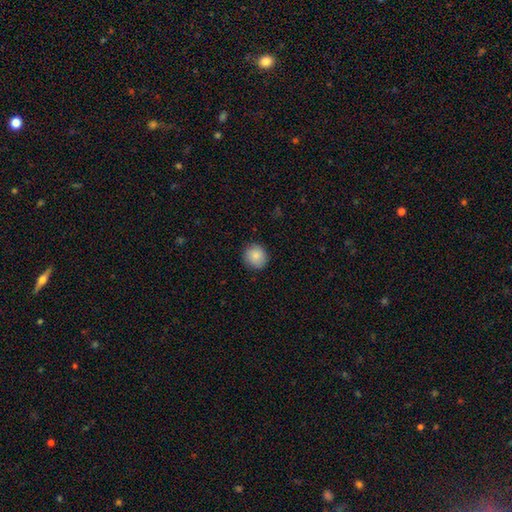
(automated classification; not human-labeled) smooth_or_featured: smooth (p=0.86) [alt: star or artifact p=0.08]
how_rounded: round (p=0.87) [alt: in between p=0.12]
merging: none (p=0.88) [alt: minor disturbance p=0.09]